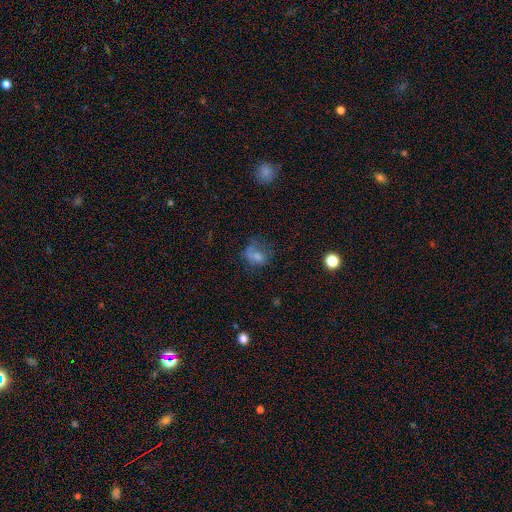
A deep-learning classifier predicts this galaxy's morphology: Q: Smooth or featured?
A: smooth (59%); runner-up: featured or disk (24%)
Q: How rounded?
A: in between (54%); runner-up: round (44%)
Q: Merging?
A: none (34%); tied with: major disturbance (34%)